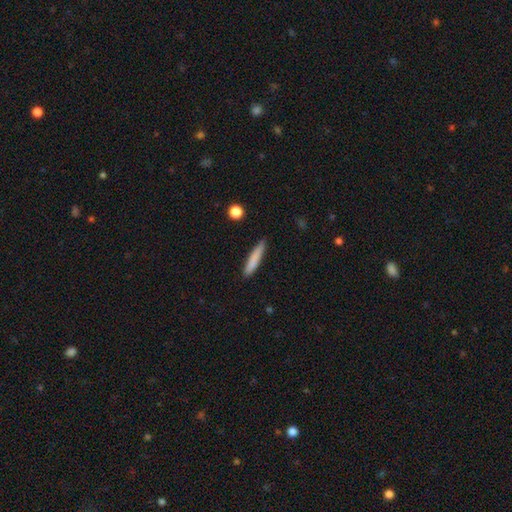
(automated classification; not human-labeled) Overall: smooth (72%). How rounded: cigar-shaped (91%). Merging: none (88%).